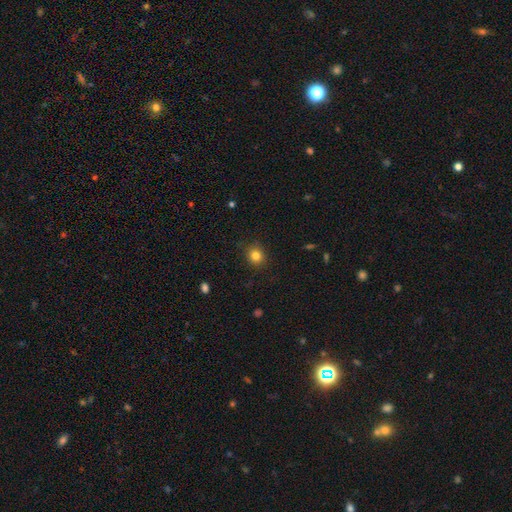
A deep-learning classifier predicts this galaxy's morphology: Overall: smooth (82%). How rounded: round (82%). Merging: none (88%).